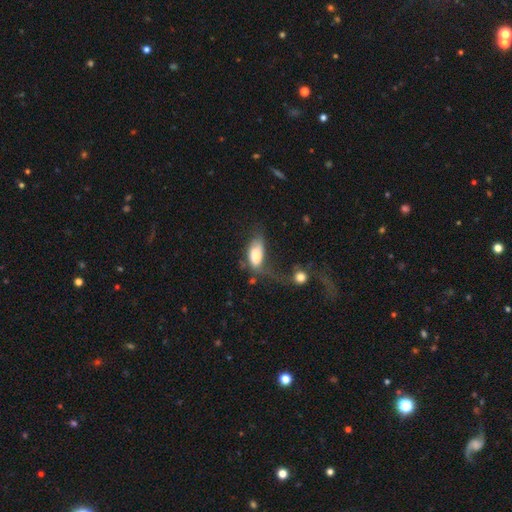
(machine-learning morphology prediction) This is likely a smooth galaxy (70%). How rounded: clearly in between (89%). Merging: marginally major disturbance (41%).